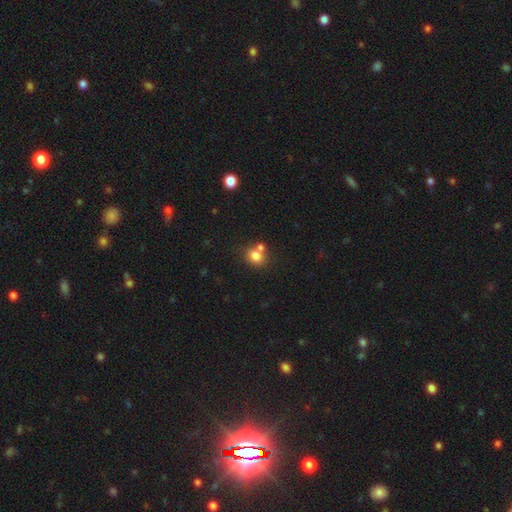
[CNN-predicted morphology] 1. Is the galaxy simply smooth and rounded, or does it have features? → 79% smooth, 12% star or artifact, 9% featured or disk.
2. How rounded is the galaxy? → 60% round, 39% in between, 1% cigar-shaped.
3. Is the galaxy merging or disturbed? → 53% none, 33% merger, 10% minor disturbance, 3% major disturbance.